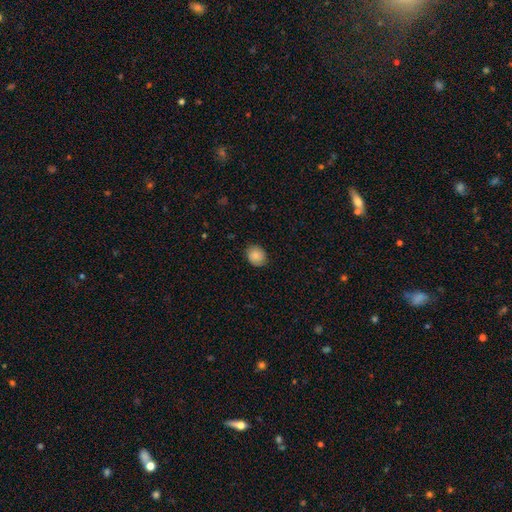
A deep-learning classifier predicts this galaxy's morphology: smooth_or_featured: smooth (p=0.84) [alt: featured or disk p=0.08]
how_rounded: round (p=0.70) [alt: in between p=0.29]
merging: none (p=0.84) [alt: minor disturbance p=0.13]